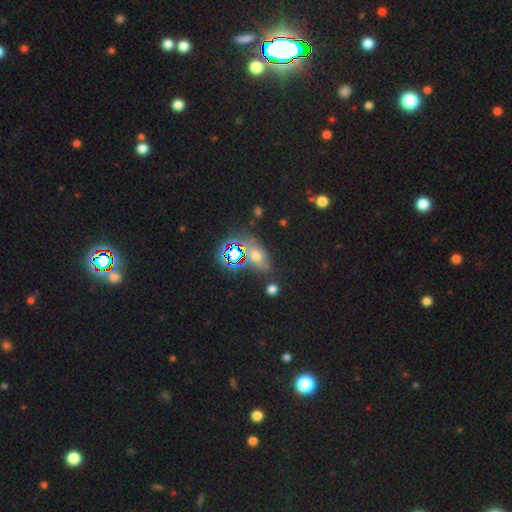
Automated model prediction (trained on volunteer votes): This is marginally a smooth galaxy (45%). Merging: likely none (68%).